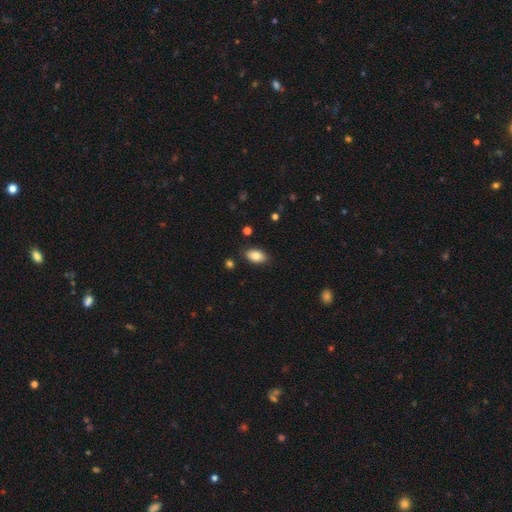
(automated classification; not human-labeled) Smooth or featured? smooth (82%)
How rounded? in between (92%)
Merging? none (85%)